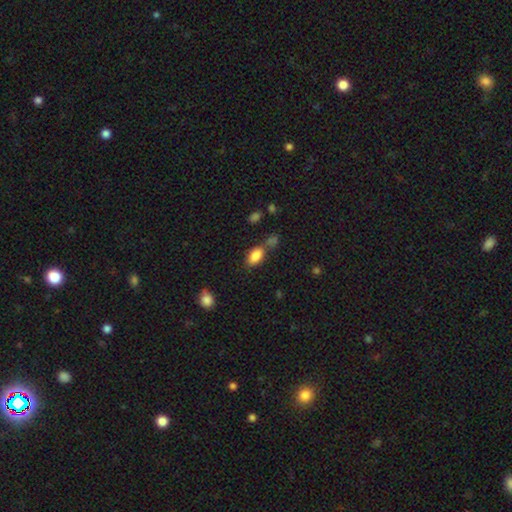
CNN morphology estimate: The model was most divided on "merging": none: 61%, merger: 19%, minor disturbance: 16%, major disturbance: 5%. More confident: how rounded — in between (90%); smooth or featured — smooth (86%).